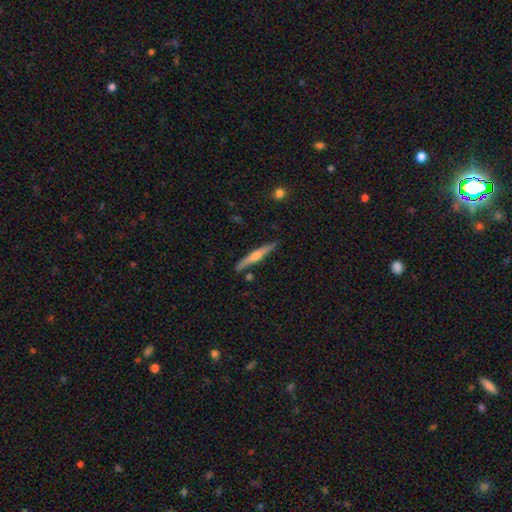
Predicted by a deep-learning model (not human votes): This appears to be a featured or disk galaxy (71%) viewed edge-on (98%) with a rounded central bulge (86%). Merging: none (88%).